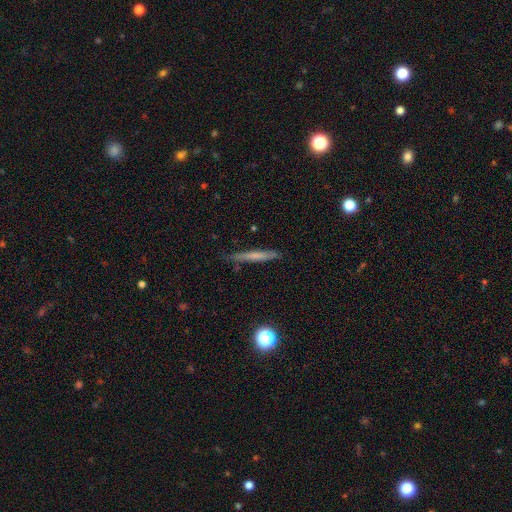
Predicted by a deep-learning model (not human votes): Smooth or featured? smooth (56%)
How rounded? cigar-shaped (94%)
Merging? none (83%)